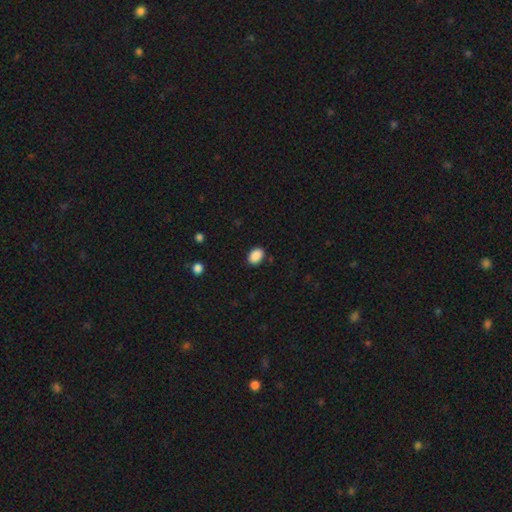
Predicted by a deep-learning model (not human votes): Q: Smooth or featured?
A: smooth (89%); runner-up: star or artifact (8%)
Q: How rounded?
A: in between (79%); runner-up: round (20%)
Q: Merging?
A: none (87%); runner-up: minor disturbance (10%)